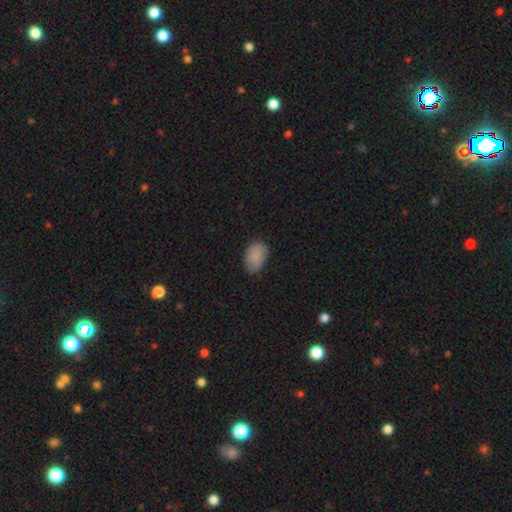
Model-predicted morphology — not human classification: Smooth or featured?
  - smooth: 87% *
  - star or artifact: 8%
  - featured or disk: 6%
How rounded?
  - in between: 87% *
  - round: 12%
  - cigar-shaped: 1%
Merging?
  - none: 72% *
  - minor disturbance: 23%
  - major disturbance: 4%
  - merger: 1%